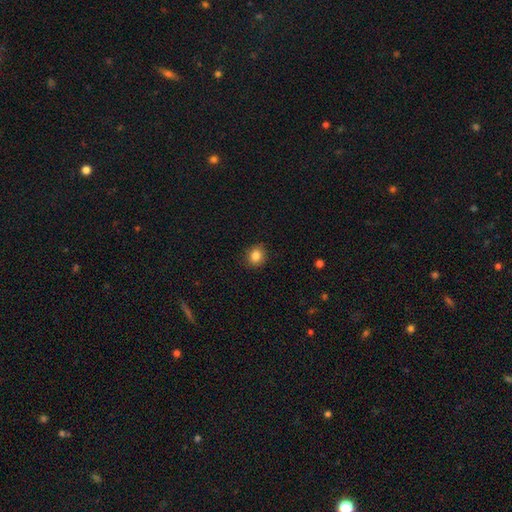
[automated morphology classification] This appears to be a smooth galaxy with no disk features (85%) that is round (77%). Merging: none (89%).